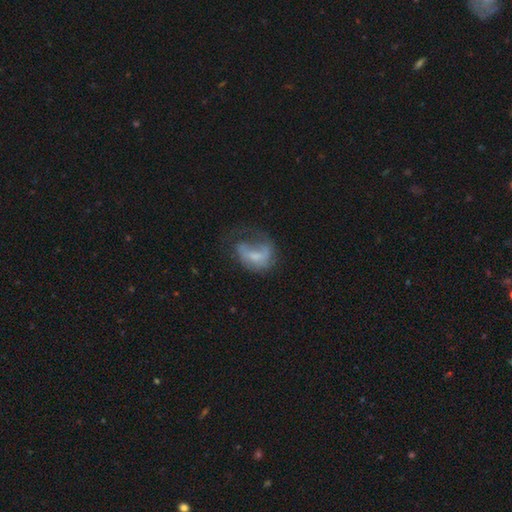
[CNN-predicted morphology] This is possibly a featured or disk galaxy (50%). It is clearly not viewed edge-on (97%). Merging: possibly major disturbance (48%).